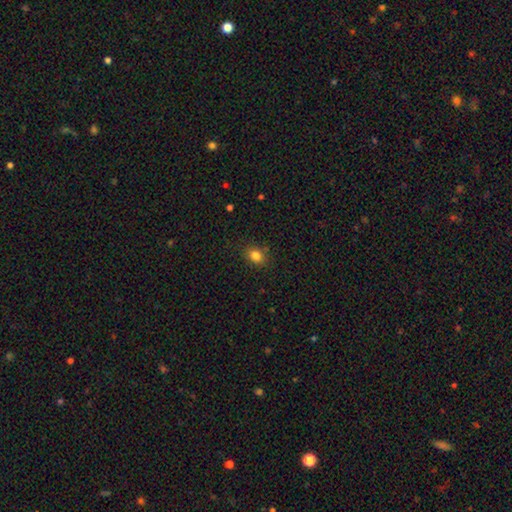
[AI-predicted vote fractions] Q: Smooth or featured?
A: smooth (83%); runner-up: star or artifact (12%)
Q: How rounded?
A: in between (58%); runner-up: round (41%)
Q: Merging?
A: none (85%); runner-up: minor disturbance (10%)